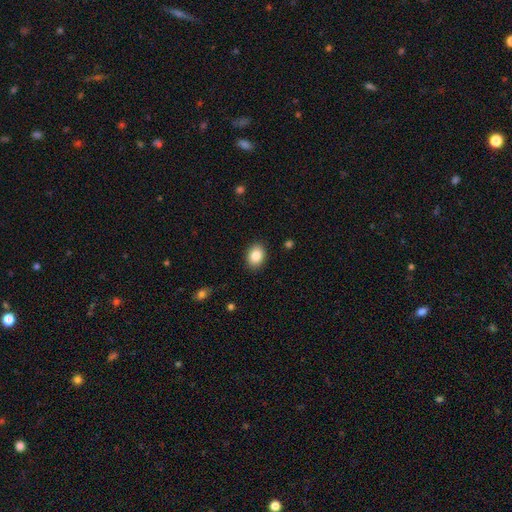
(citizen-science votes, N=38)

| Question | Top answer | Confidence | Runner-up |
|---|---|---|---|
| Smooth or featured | smooth | 95% | featured or disk (3%) |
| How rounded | in between | 61% | round (39%) |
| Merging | none | 95% | major disturbance (5%) |